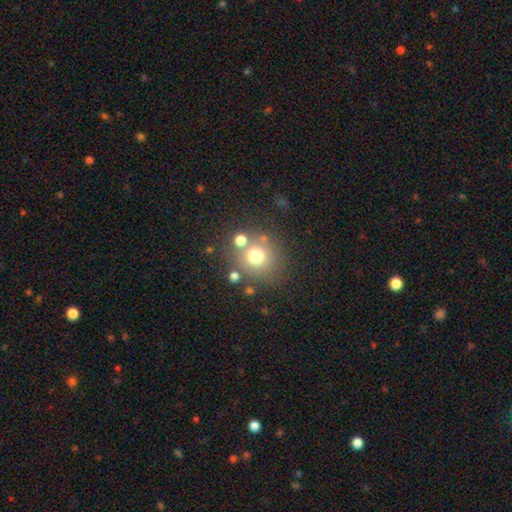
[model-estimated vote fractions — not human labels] A smooth galaxy with no disk features (71%) that is round (89%). Merging: none (71%).